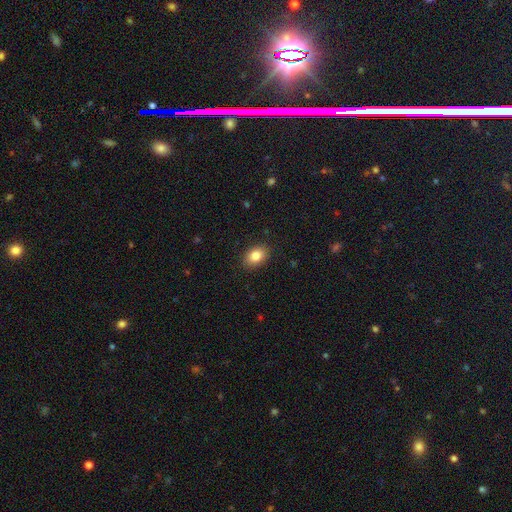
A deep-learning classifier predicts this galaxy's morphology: type=smooth (84%); roundness=in between (79%); merging=none (89%).